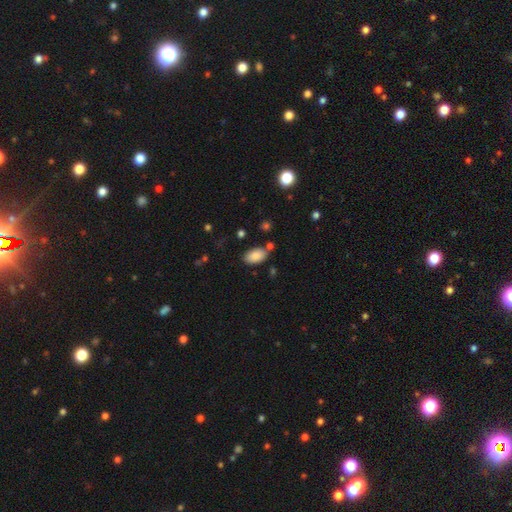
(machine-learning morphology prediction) Smooth or featured?
  - smooth: 87% *
  - star or artifact: 8%
  - featured or disk: 6%
How rounded?
  - in between: 95% *
  - round: 4%
  - cigar-shaped: 2%
Merging?
  - none: 79% *
  - minor disturbance: 12%
  - merger: 6%
  - major disturbance: 3%